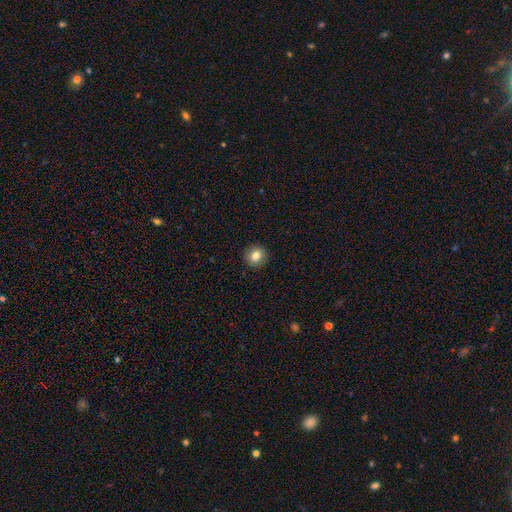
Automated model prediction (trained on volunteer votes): smooth_or_featured: smooth (p=0.83) [alt: star or artifact p=0.10]
how_rounded: round (p=0.87) [alt: in between p=0.12]
merging: none (p=0.92) [alt: minor disturbance p=0.06]